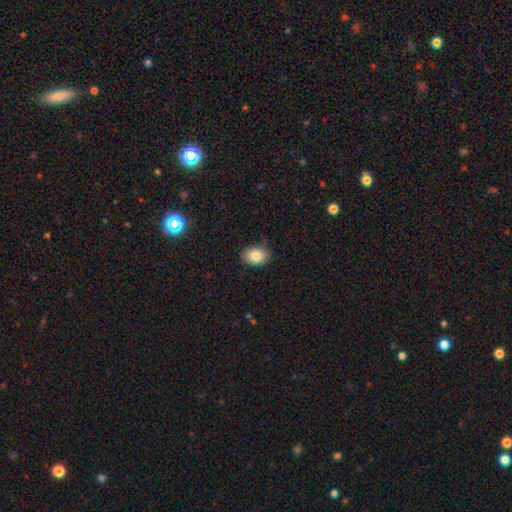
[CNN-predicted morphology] A smooth galaxy with no disk features (84%) that is in between round and cigar-shaped (75%). Merging: none (86%).